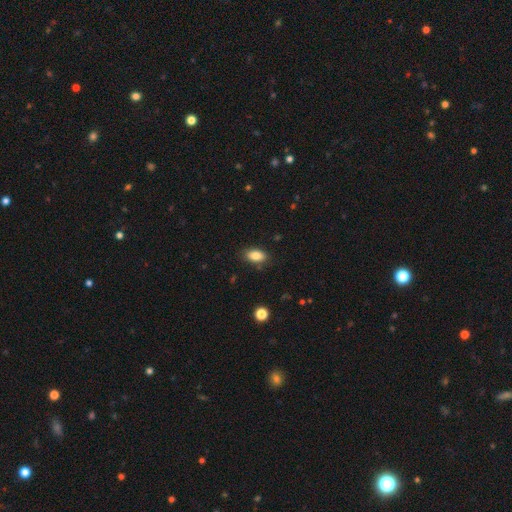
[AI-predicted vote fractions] Smooth or featured? smooth (85%)
How rounded? in between (91%)
Merging? none (85%)